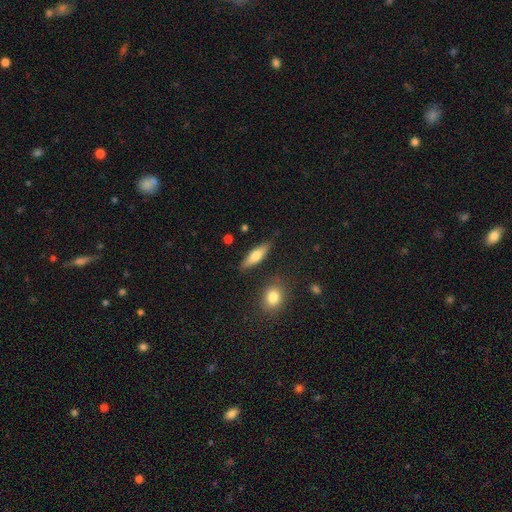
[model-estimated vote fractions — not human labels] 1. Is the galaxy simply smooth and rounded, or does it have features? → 61% smooth, 32% featured or disk, 7% star or artifact.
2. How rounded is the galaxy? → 56% cigar-shaped, 41% in between, 3% round.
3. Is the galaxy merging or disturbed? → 83% none, 11% minor disturbance, 3% merger, 3% major disturbance.